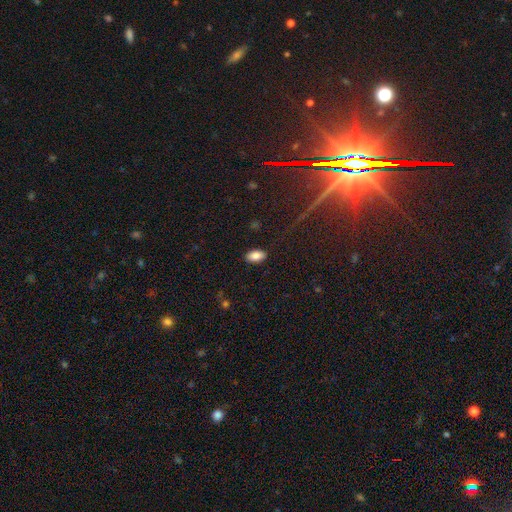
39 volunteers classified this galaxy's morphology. Q: Smooth or featured?
A: smooth (77%); runner-up: featured or disk (13%)
Q: How rounded?
A: in between (93%); runner-up: round (3%)
Q: Merging?
A: none (94%); runner-up: minor disturbance (6%)